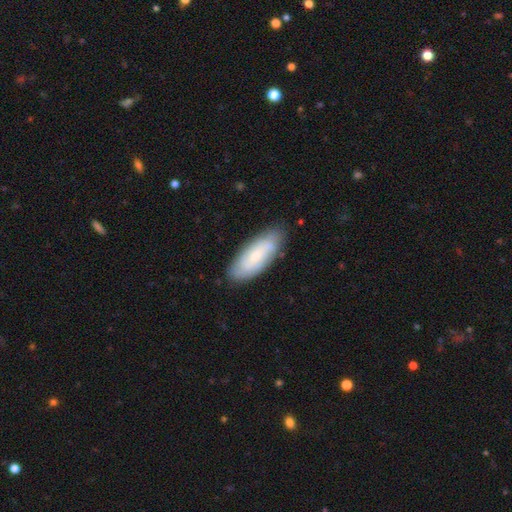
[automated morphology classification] smooth_or_featured: smooth (p=0.50) [alt: featured or disk p=0.43]
how_rounded: in between (p=0.73) [alt: cigar-shaped p=0.25]
merging: none (p=0.82) [alt: minor disturbance p=0.14]